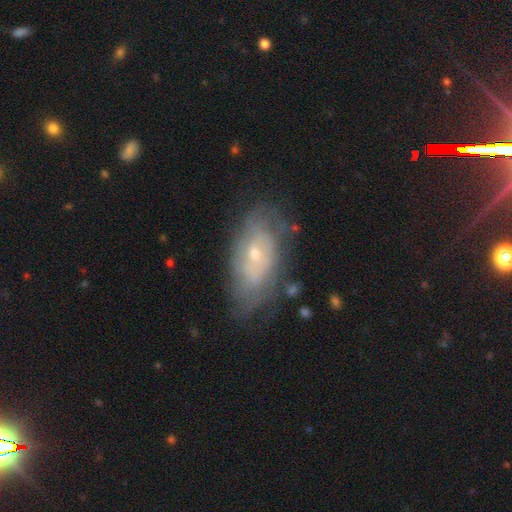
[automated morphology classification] This appears to be a featured or disk galaxy (62%) with no bar (74%), spiral arms (65%) and a small central bulge (62%). Merging: none (65%).